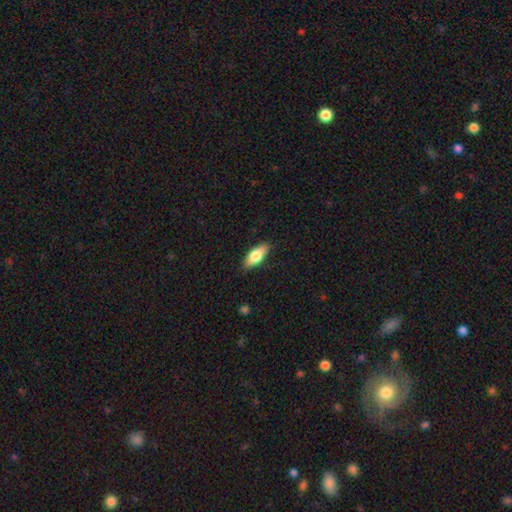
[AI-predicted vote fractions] Overall: smooth (73%). How rounded: in between (79%). Merging: none (87%).